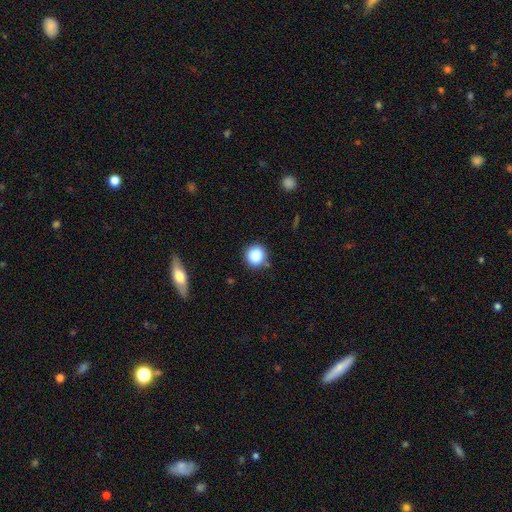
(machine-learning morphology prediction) Smooth or featured? Predicted: smooth (p=0.86). How rounded? Predicted: round (p=0.92). Merging? Predicted: none (p=0.82).